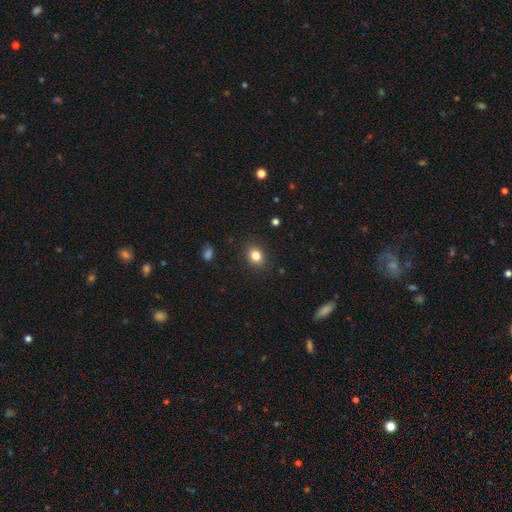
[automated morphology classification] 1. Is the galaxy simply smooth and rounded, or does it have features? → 82% smooth, 11% star or artifact, 7% featured or disk.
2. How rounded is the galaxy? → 54% in between, 45% round, 1% cigar-shaped.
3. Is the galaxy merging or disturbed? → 88% none, 8% minor disturbance, 2% major disturbance, 1% merger.